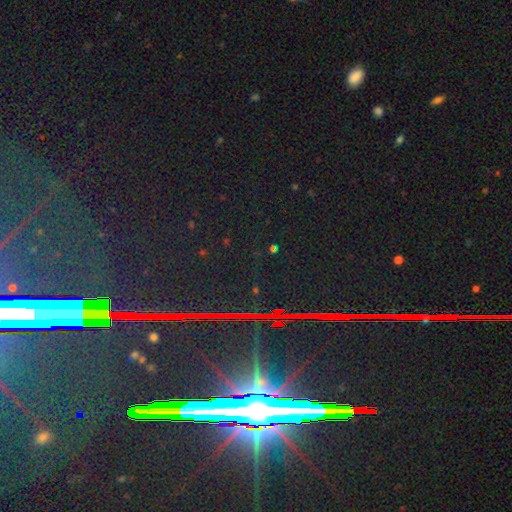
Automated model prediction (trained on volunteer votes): Morphology: type=star or artifact (85%).